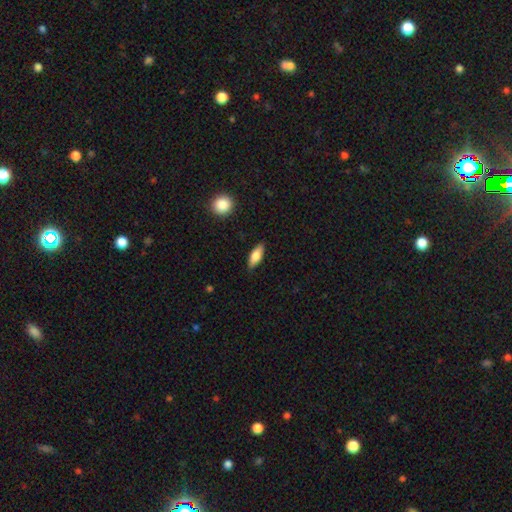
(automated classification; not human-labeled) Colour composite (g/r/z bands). It shows a smooth galaxy with no disk features (75%) that is in between round and cigar-shaped (73%). Merging: none (85%).